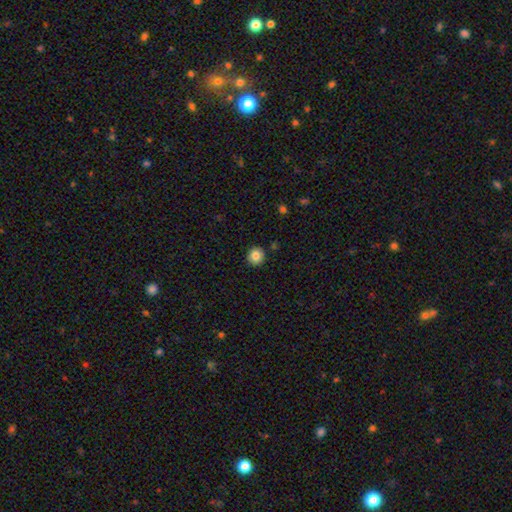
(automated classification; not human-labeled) This is clearly a smooth galaxy (84%). How rounded: clearly round (93%). Merging: clearly none (91%).